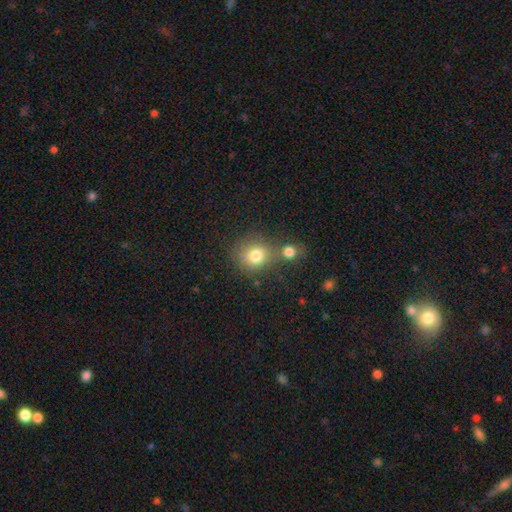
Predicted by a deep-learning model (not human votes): The model was most divided on "merging": none: 56%, merger: 29%, minor disturbance: 10%, major disturbance: 5%. More confident: how rounded — round (83%); smooth or featured — smooth (78%).